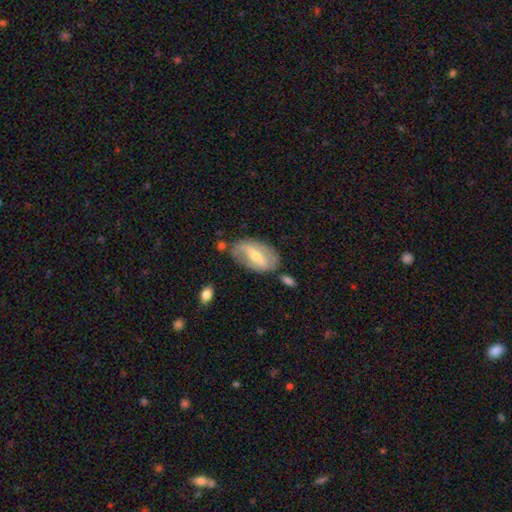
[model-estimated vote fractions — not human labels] Smooth or featured? Predicted: featured or disk (p=0.64). Edge-on disk? Predicted: no (p=0.87). Bar? Predicted: strong (p=0.61). Spiral arms? Predicted: yes (p=0.57). Bulge size? Predicted: moderate (p=0.53). Merging? Predicted: none (p=0.70).